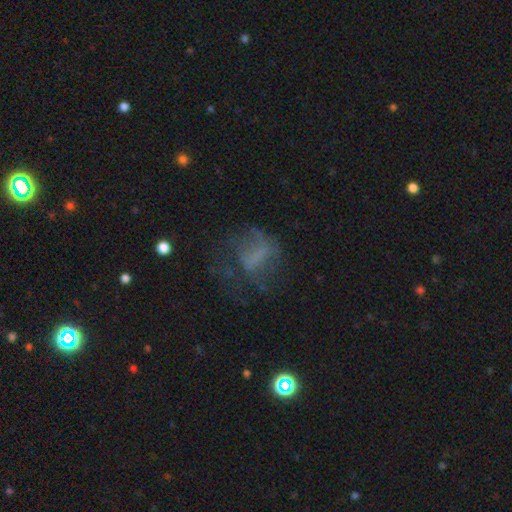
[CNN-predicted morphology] A featured or disk galaxy (39%, tied with smooth). Merging: none (39%).